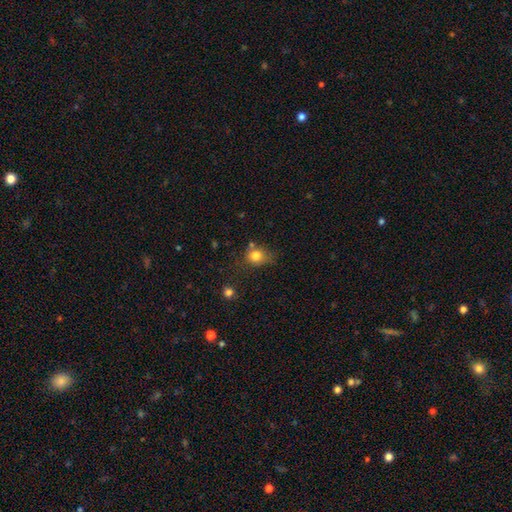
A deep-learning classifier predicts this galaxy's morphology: This is clearly a smooth galaxy (81%). How rounded: likely round (66%). Merging: possibly none (56%).